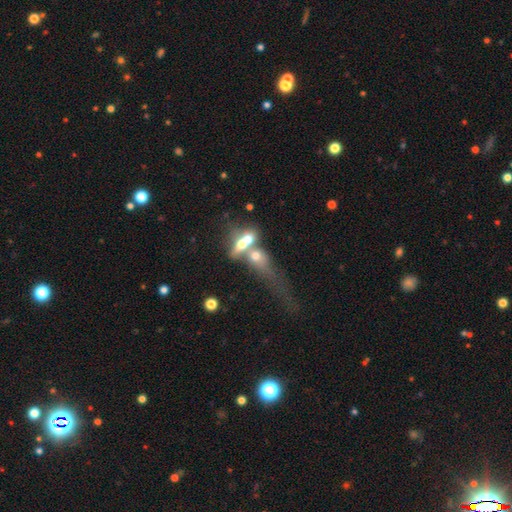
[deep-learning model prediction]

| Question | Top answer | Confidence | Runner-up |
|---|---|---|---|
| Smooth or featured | smooth | 47% | featured or disk (40%) |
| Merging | merger | 69% | none (13%) |